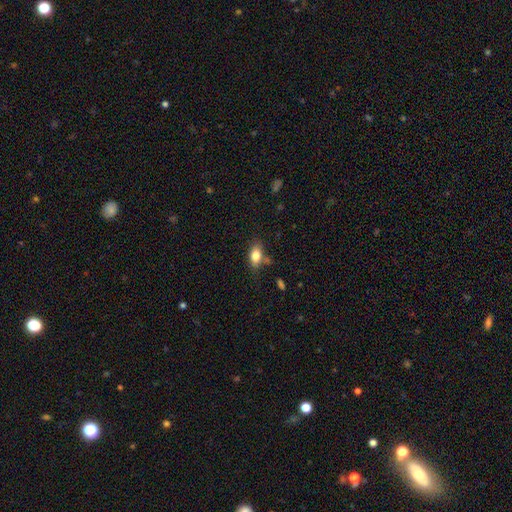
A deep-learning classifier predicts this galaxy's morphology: smooth-or-featured: smooth: 79% | featured or disk: 12% | star or artifact: 8%
  how-rounded: in between: 84% | round: 9% | cigar-shaped: 7%
  merging: none: 71% | minor disturbance: 17% | merger: 8% | major disturbance: 4%